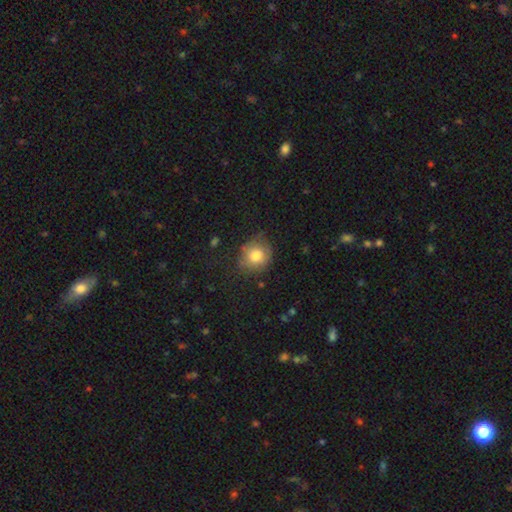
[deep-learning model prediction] A smooth galaxy with no disk features (77%) that is round (79%).

Vote fractions:
- Smooth or featured? smooth: 77% / featured or disk: 14% / star or artifact: 9%
- How rounded? round: 79% / in between: 20% / cigar-shaped: 1%
- Merging? none: 67% / minor disturbance: 23% / major disturbance: 8% / merger: 2%